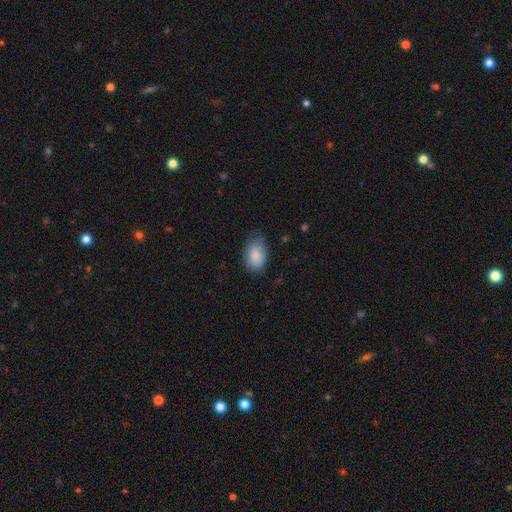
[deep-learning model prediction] smooth-or-featured: smooth: 88% | star or artifact: 7% | featured or disk: 6%
  how-rounded: in between: 86% | round: 13% | cigar-shaped: 1%
  merging: none: 66% | minor disturbance: 28% | major disturbance: 5% | merger: 1%